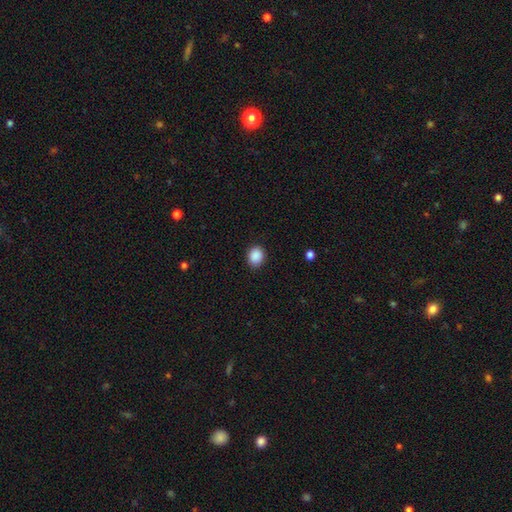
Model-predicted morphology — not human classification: A smooth galaxy with no disk features (89%) that is round (66%). Merging: none (89%).